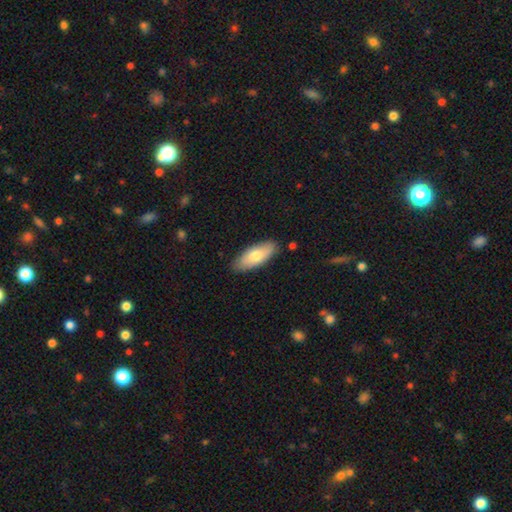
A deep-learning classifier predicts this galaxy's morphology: smooth 73%, featured or disk 21%, star or artifact 5%. Down the decision tree: how rounded — in between (78%); merging — none (85%).